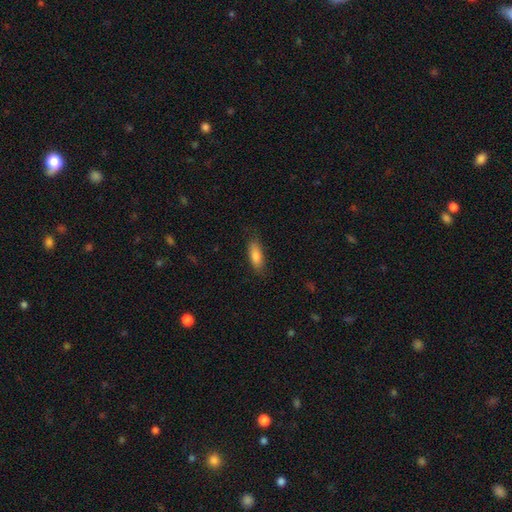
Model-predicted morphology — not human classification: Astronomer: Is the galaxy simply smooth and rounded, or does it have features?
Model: smooth — 81%.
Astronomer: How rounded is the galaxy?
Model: in between — 68%.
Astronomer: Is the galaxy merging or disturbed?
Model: none — 79%.